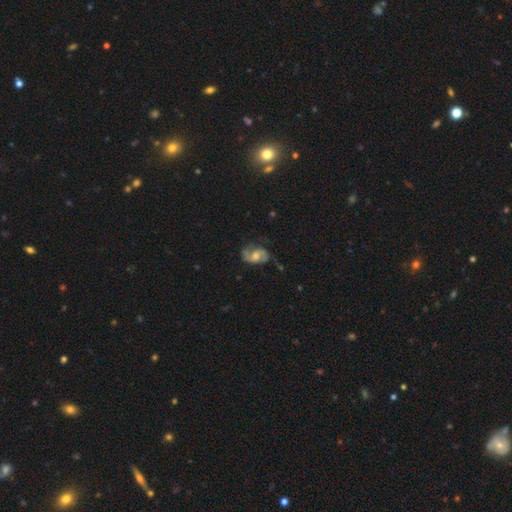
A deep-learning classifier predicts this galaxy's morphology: featured or disk 71%, smooth 21%, star or artifact 7%. Down the decision tree: edge-on disk — no (97%); bar — no (53%); spiral arms — yes (88%); spiral arm count — 2 (84%); spiral winding — medium (47%); bulge size — moderate (49%); merging — none (61%).